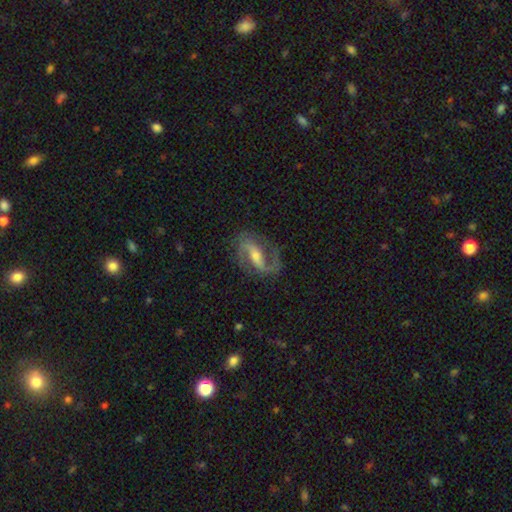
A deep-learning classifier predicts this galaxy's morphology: Smooth or featured? Predicted: featured or disk (p=0.88). Edge-on disk? Predicted: no (p=0.96). Bar? Predicted: strong (p=0.42). Spiral arms? Predicted: yes (p=0.97). Spiral winding? Predicted: medium (p=0.49). Spiral arm count? Predicted: 2 (p=0.89). Bulge size? Predicted: moderate (p=0.50). Merging? Predicted: none (p=0.75).